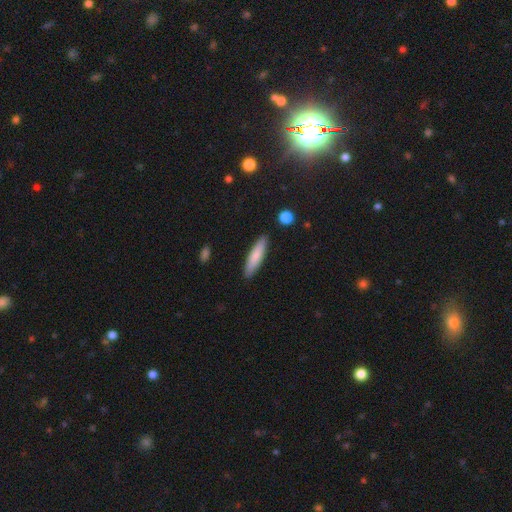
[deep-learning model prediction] Overall: smooth (80%). How rounded: cigar-shaped (79%). Merging: none (89%).